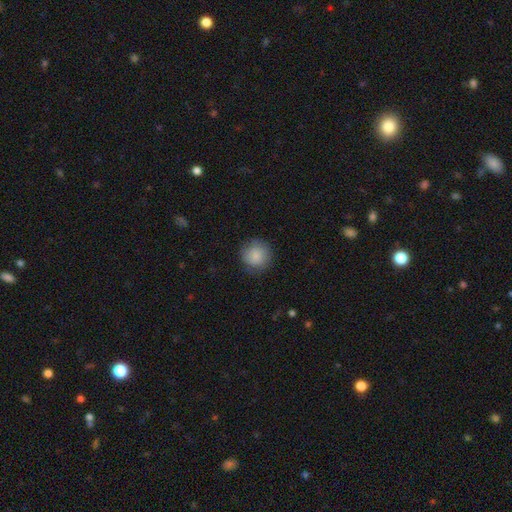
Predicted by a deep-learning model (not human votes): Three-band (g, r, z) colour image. It shows a smooth galaxy with no disk features (85%) that is round (93%). Merging: none (82%).